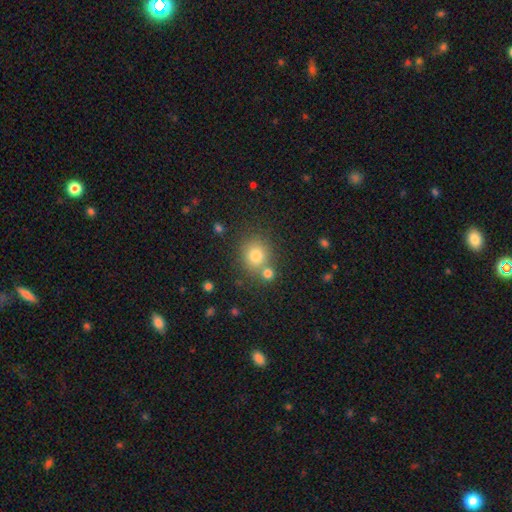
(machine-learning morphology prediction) type=smooth (78%); roundness=round (84%); merging=none (68%).